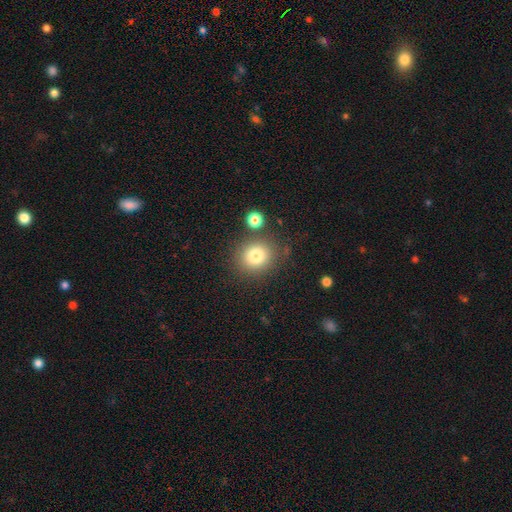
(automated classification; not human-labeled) A smooth galaxy with no disk features (80%) that is round (83%). Merging: none (78%).